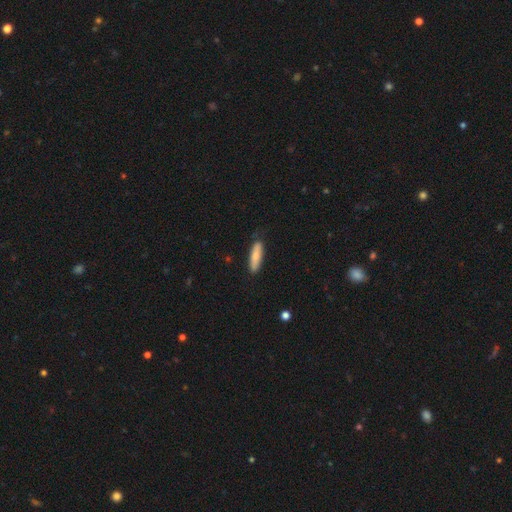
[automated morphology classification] smooth-or-featured: smooth: 77% | featured or disk: 17% | star or artifact: 6%
  how-rounded: cigar-shaped: 68% | in between: 31% | round: 2%
  merging: none: 81% | minor disturbance: 16% | major disturbance: 3% | merger: 1%